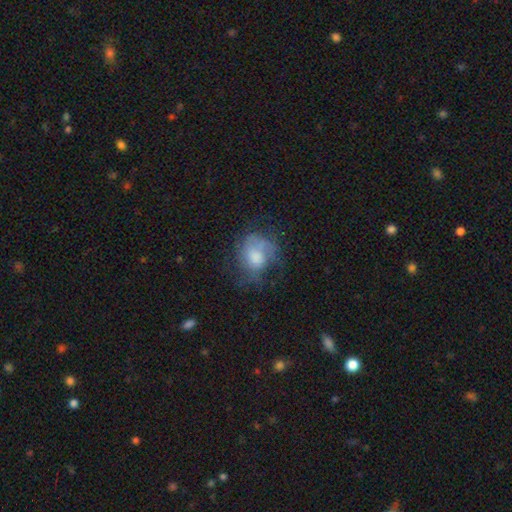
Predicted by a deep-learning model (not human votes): The model was most divided on "smooth or featured": smooth: 49%, featured or disk: 41%, star or artifact: 10%. Remaining: merging — none (42%).